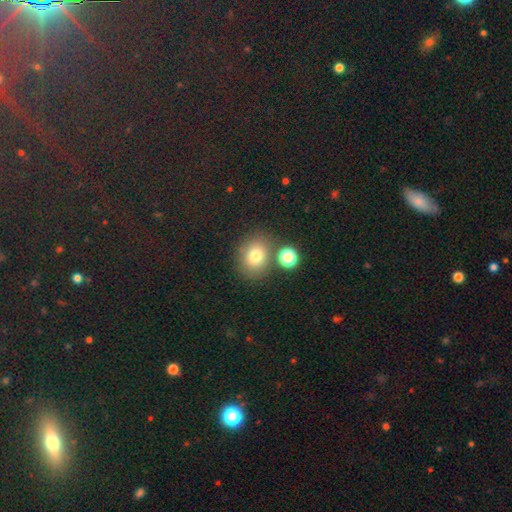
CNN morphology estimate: Smooth or featured?
  - smooth: 77% *
  - star or artifact: 14%
  - featured or disk: 10%
How rounded?
  - round: 69% *
  - in between: 30%
  - cigar-shaped: 1%
Merging?
  - none: 73% *
  - merger: 13%
  - minor disturbance: 11%
  - major disturbance: 4%